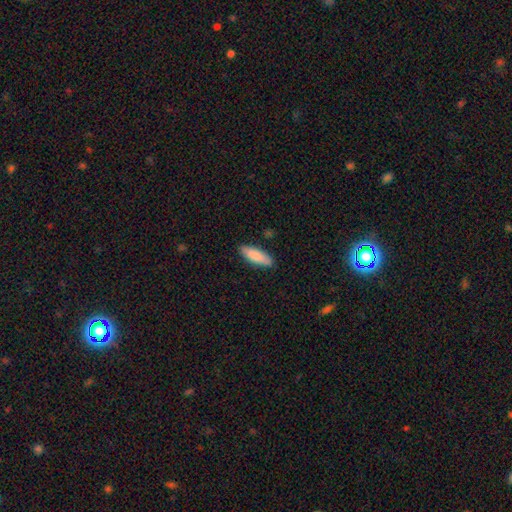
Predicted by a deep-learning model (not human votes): This appears to be a smooth galaxy with no disk features (86%) that is in between round and cigar-shaped (54%). Merging: none (86%).